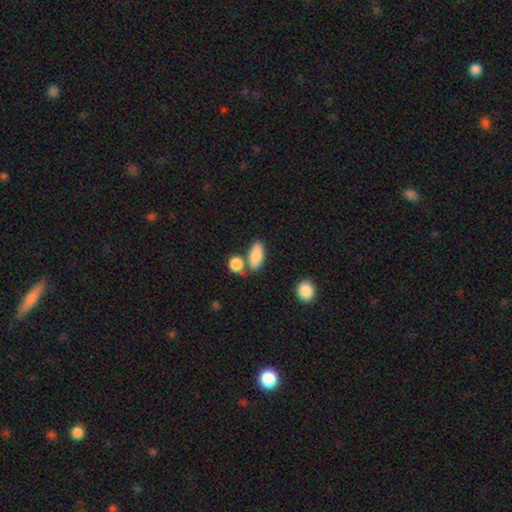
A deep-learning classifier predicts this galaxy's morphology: Overall: smooth (85%). How rounded: in between (85%). Merging: none (56%; merger 26%).